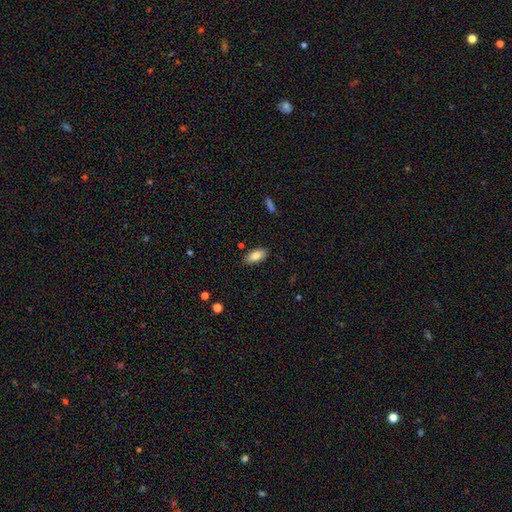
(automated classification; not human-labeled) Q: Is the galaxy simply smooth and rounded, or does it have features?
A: smooth — 81%.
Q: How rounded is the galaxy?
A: in between — 90%.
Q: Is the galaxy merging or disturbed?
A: none — 82%.